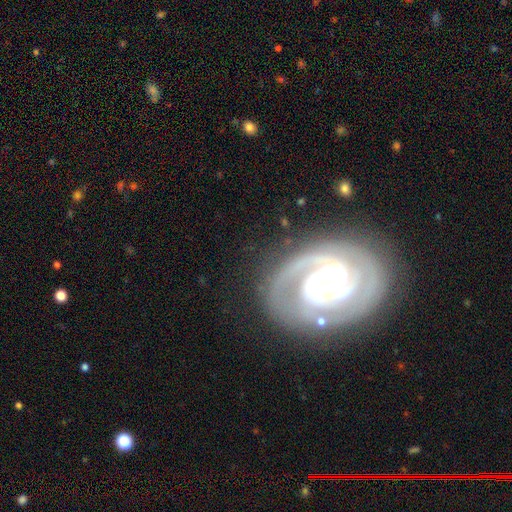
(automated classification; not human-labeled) A featured or disk galaxy (84%) with no bar (48%), 2 (56%) tight (63%) spiral arms (91%) and a moderate central bulge (44%).

Vote fractions:
- Smooth or featured? featured or disk: 84% / smooth: 9% / star or artifact: 7%
- Edge-on disk? no: 97% / yes: 3%
- Bar? no: 48% / weak: 34% / strong: 18%
- Spiral arms? yes: 91% / no: 9%
- Spiral winding? tight: 63% / medium: 29% / loose: 8%
- Spiral arm count? 2: 56% / can't tell: 18% / 3: 11% / 1: 8% / 4: 4% / more than 4: 4%
- Bulge size? moderate: 44% / small: 37% / large: 12% / none: 4% / dominant: 2%
- Merging? none: 73% / minor disturbance: 15% / major disturbance: 8% / merger: 4%